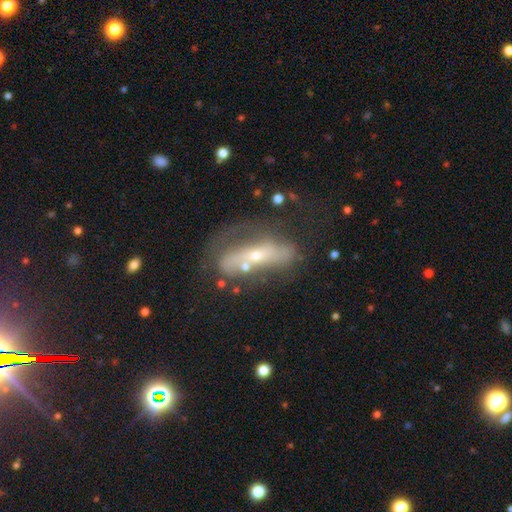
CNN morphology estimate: Smooth or featured? Predicted: featured or disk (p=0.61). Edge-on disk? Predicted: no (p=0.71). Merging? Predicted: none (p=0.37).